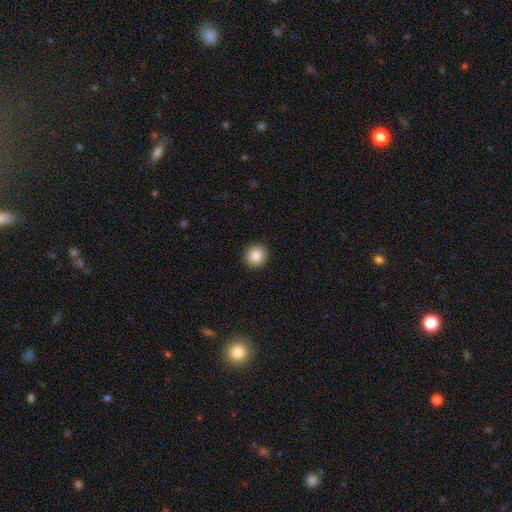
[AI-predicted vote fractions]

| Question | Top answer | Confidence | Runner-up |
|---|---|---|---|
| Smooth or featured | smooth | 86% | star or artifact (9%) |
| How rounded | round | 92% | in between (7%) |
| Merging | none | 92% | minor disturbance (5%) |